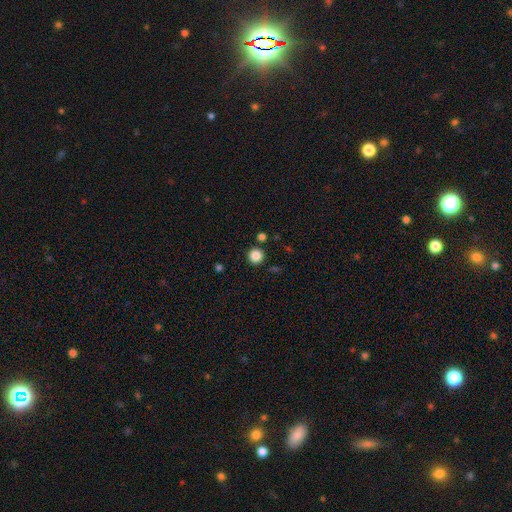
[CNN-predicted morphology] smooth_or_featured: smooth (p=0.86) [alt: star or artifact p=0.11]
how_rounded: round (p=0.95) [alt: in between p=0.04]
merging: none (p=0.89) [alt: minor disturbance p=0.05]